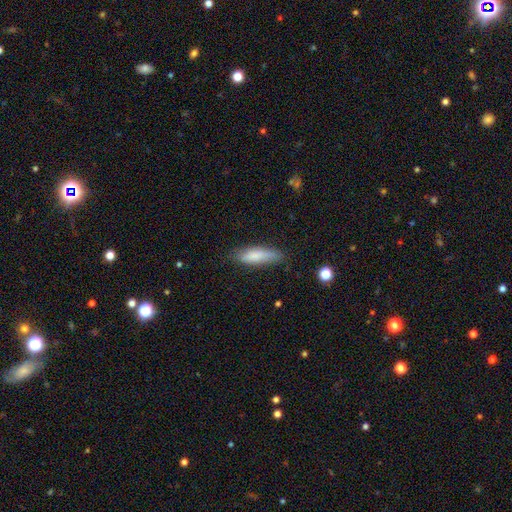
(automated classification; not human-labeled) A smooth galaxy with no disk features (79%) that is cigar-shaped (66%).

Vote fractions:
- Smooth or featured? smooth: 79% / featured or disk: 15% / star or artifact: 6%
- How rounded? cigar-shaped: 66% / in between: 33% / round: 2%
- Merging? none: 75% / minor disturbance: 19% / major disturbance: 4% / merger: 2%